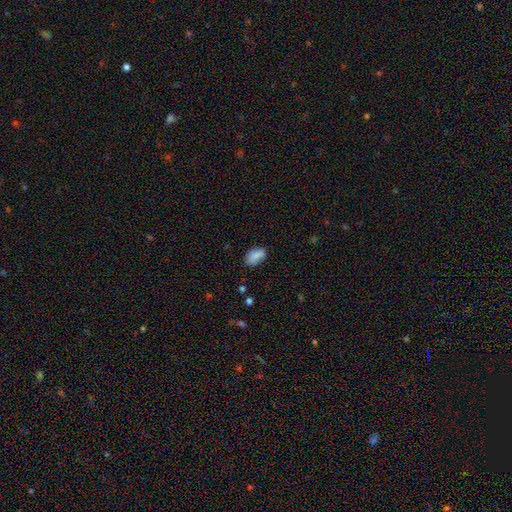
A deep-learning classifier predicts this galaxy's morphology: Overall: smooth (83%). How rounded: in between (90%). Merging: none (65%; minor disturbance 26%).